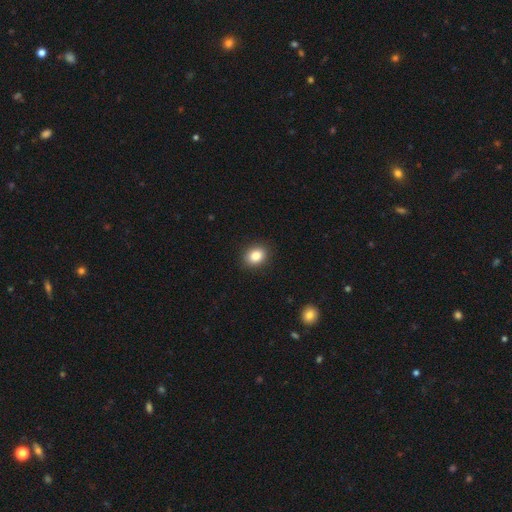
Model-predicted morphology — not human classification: This appears to be a smooth galaxy with no disk features (85%) that is in between round and cigar-shaped (53%). Merging: none (90%).